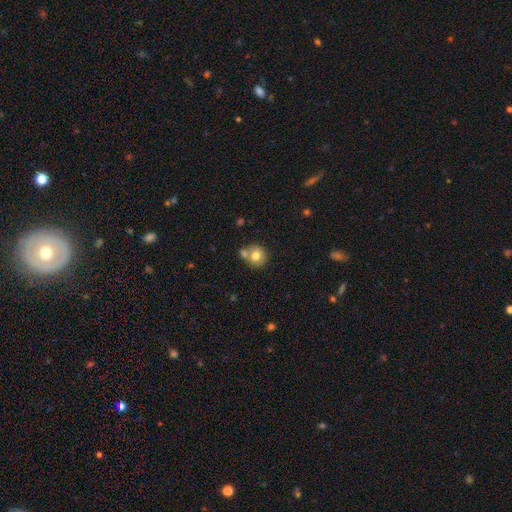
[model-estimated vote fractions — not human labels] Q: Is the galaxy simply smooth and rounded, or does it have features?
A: smooth — 75%.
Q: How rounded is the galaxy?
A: round — 87%.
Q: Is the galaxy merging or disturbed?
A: none — 54%.